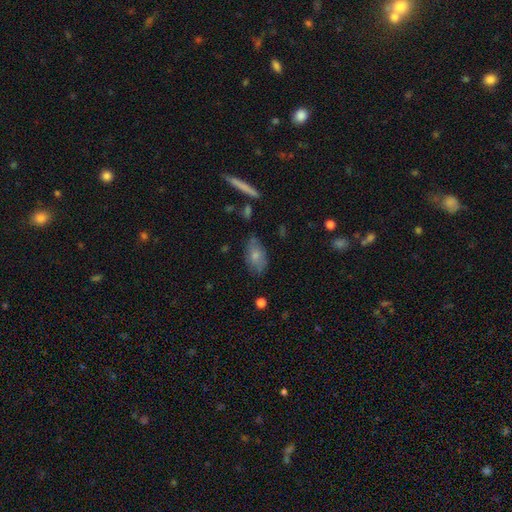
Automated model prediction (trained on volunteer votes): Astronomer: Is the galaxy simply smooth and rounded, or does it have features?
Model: smooth — 74%.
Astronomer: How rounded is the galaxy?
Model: in between — 90%.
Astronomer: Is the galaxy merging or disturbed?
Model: none — 68%.